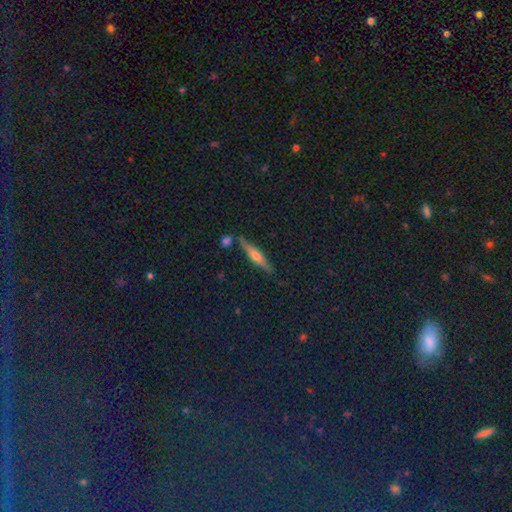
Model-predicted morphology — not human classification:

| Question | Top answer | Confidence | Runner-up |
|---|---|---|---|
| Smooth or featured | featured or disk | 46% | smooth (41%) |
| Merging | none | 82% | minor disturbance (11%) |